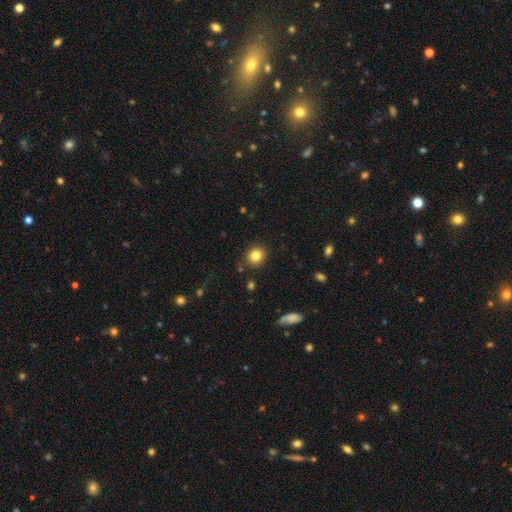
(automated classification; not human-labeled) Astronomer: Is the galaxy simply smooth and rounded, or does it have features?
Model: smooth — 83%.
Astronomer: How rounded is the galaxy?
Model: round — 84%.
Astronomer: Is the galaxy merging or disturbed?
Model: none — 88%.